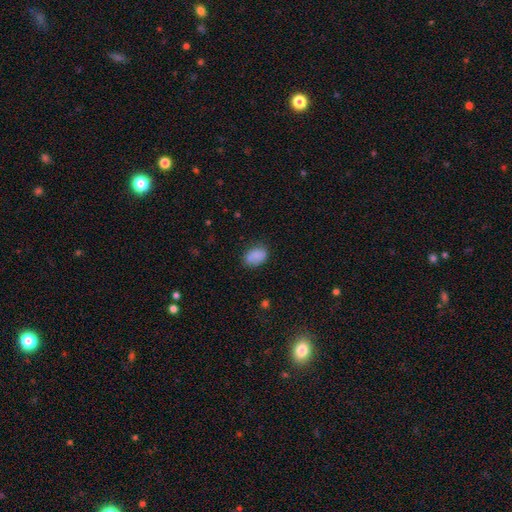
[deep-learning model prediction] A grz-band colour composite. It shows a smooth galaxy with no disk features (85%) that is in between round and cigar-shaped (82%). Merging: none (70%).